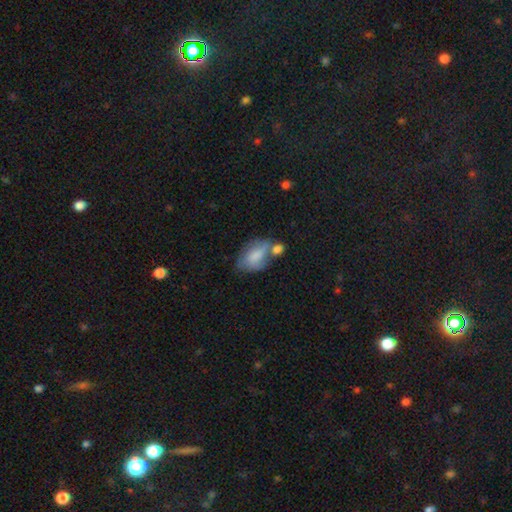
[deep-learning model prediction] Smooth or featured?
  - smooth: 66% *
  - featured or disk: 26%
  - star or artifact: 7%
How rounded?
  - in between: 88% *
  - round: 10%
  - cigar-shaped: 2%
Merging?
  - merger: 34% *
  - none: 32%
  - minor disturbance: 22%
  - major disturbance: 12%